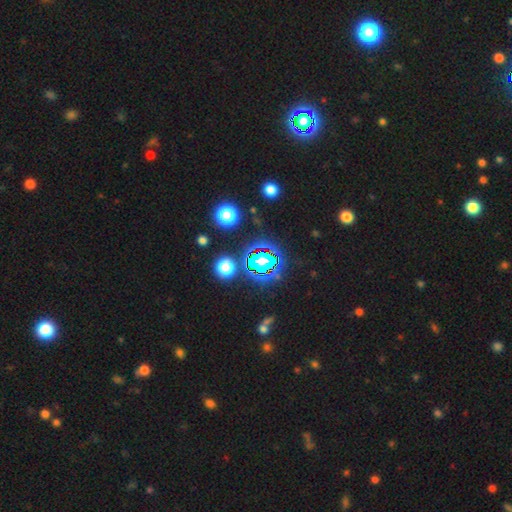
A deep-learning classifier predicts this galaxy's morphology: A star or artifact, not a galaxy (66%).